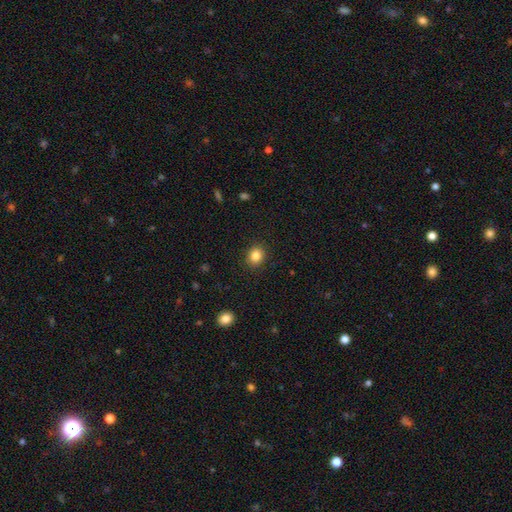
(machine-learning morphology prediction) smooth 85%, star or artifact 10%, featured or disk 5%. Down the decision tree: how rounded — round (70%); merging — none (90%).